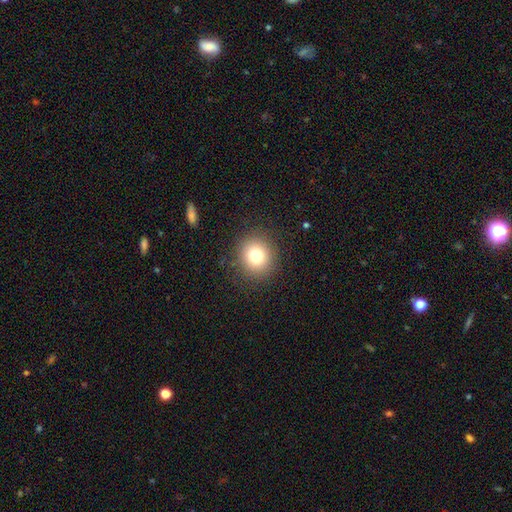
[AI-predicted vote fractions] smooth_or_featured: smooth (p=0.79) [alt: star or artifact p=0.12]
how_rounded: round (p=0.87) [alt: in between p=0.12]
merging: none (p=0.88) [alt: minor disturbance p=0.07]